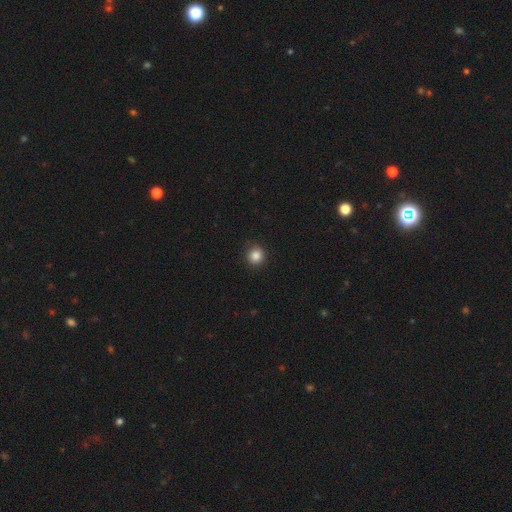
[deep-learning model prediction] smooth-or-featured: smooth: 85% | star or artifact: 11% | featured or disk: 4%
  how-rounded: round: 92% | in between: 8% | cigar-shaped: 1%
  merging: none: 89% | minor disturbance: 8% | major disturbance: 2% | merger: 1%